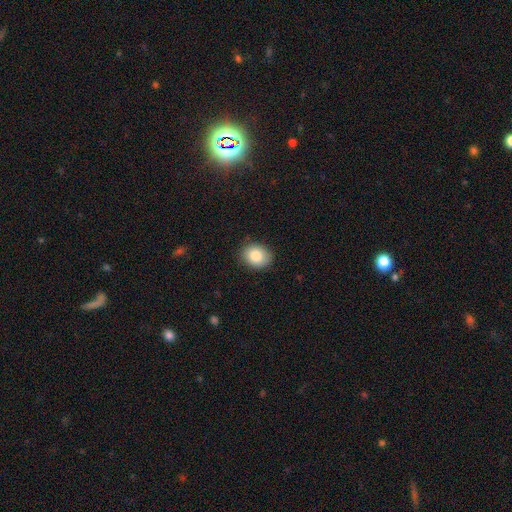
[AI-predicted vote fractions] Smooth or featured? Predicted: smooth (p=0.85). How rounded? Predicted: in between (p=0.52). Merging? Predicted: none (p=0.86).